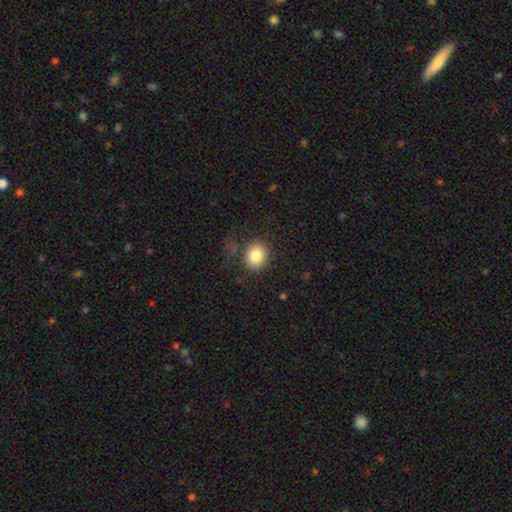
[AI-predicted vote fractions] Morphology: type=smooth (83%); roundness=round (64%); merging=none (78%).